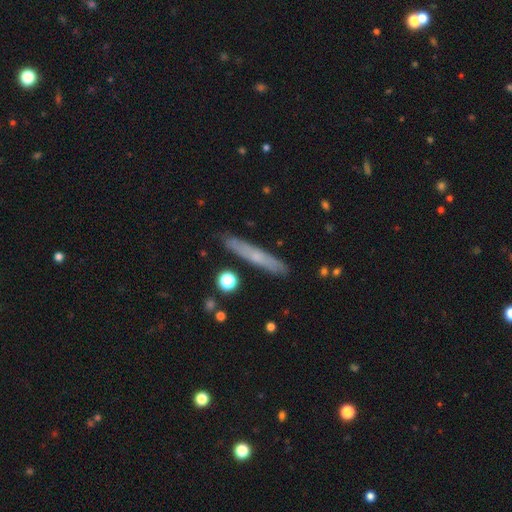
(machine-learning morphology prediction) type=smooth (52%); roundness=cigar-shaped (93%); merging=none (88%).